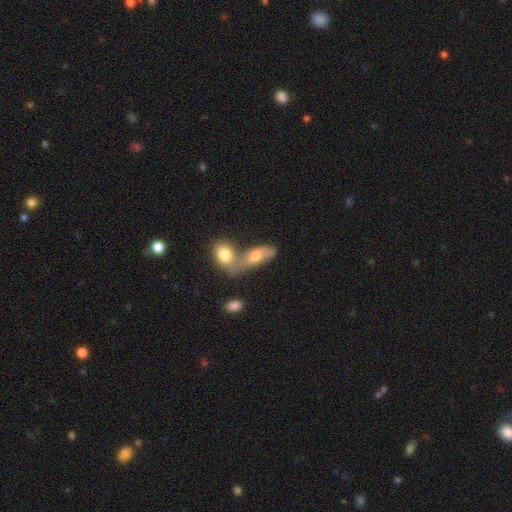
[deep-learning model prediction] Smooth or featured? Predicted: smooth (p=0.52). How rounded? Predicted: in between (p=0.70). Merging? Predicted: merger (p=0.56).